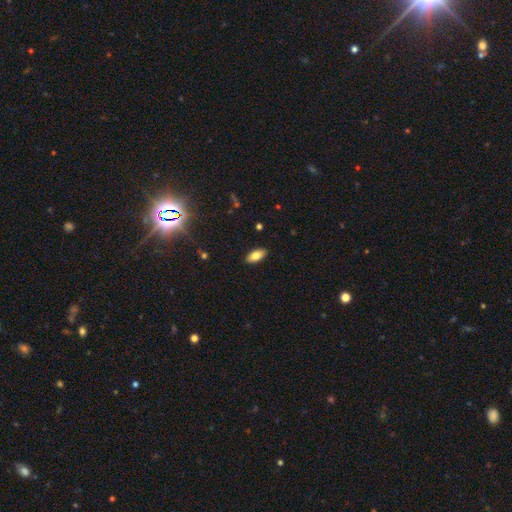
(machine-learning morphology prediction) Q: Smooth or featured?
A: smooth (80%); runner-up: featured or disk (11%)
Q: How rounded?
A: in between (90%); runner-up: cigar-shaped (7%)
Q: Merging?
A: none (89%); runner-up: minor disturbance (8%)